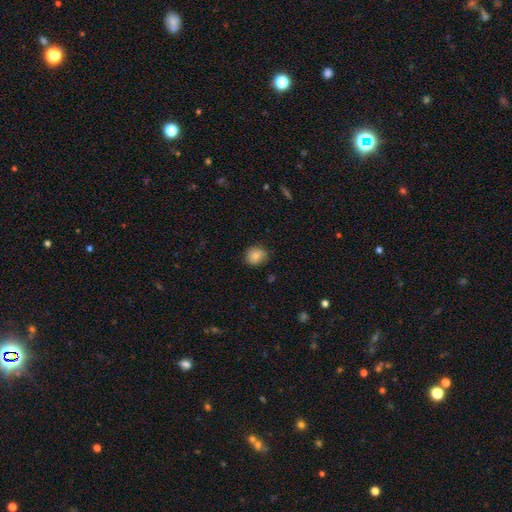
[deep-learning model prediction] Smooth or featured?
  - smooth: 84% *
  - star or artifact: 9%
  - featured or disk: 7%
How rounded?
  - round: 74% *
  - in between: 25%
  - cigar-shaped: 1%
Merging?
  - none: 79% *
  - minor disturbance: 17%
  - major disturbance: 3%
  - merger: 1%